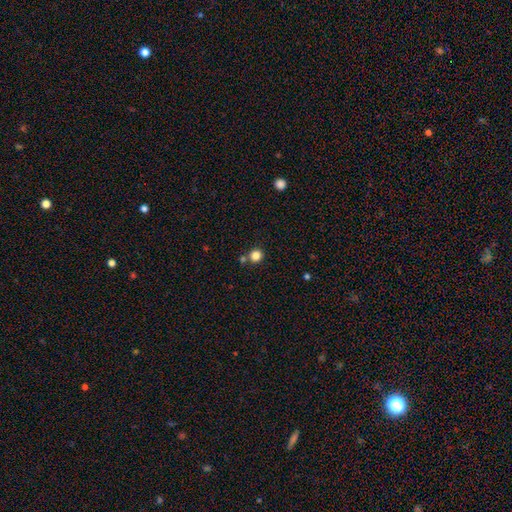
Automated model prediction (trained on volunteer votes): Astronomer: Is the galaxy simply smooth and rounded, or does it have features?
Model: smooth — 83%.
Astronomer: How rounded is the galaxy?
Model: round — 92%.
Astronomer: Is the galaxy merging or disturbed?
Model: none — 76%.